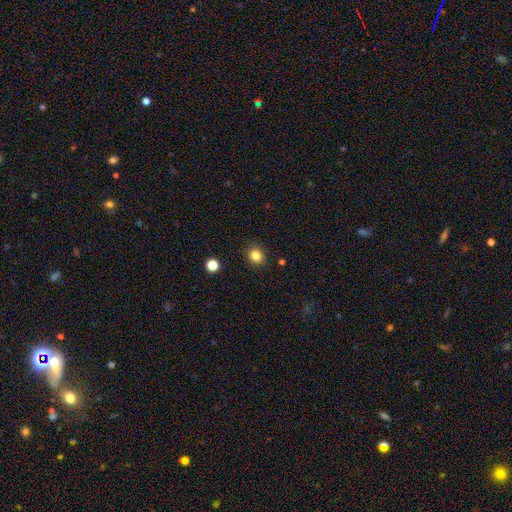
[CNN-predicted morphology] Smooth or featured: smooth — 83% (star or artifact — 12%)
How rounded: round — 71% (in between — 28%)
Merging: none — 88% (minor disturbance — 8%)